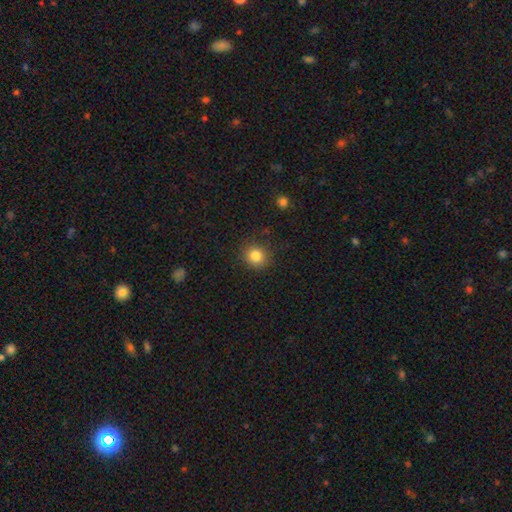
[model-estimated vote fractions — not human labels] The model was most divided on "smooth or featured": smooth: 83%, star or artifact: 11%, featured or disk: 6%. More confident: merging — none (88%); how rounded — round (87%).